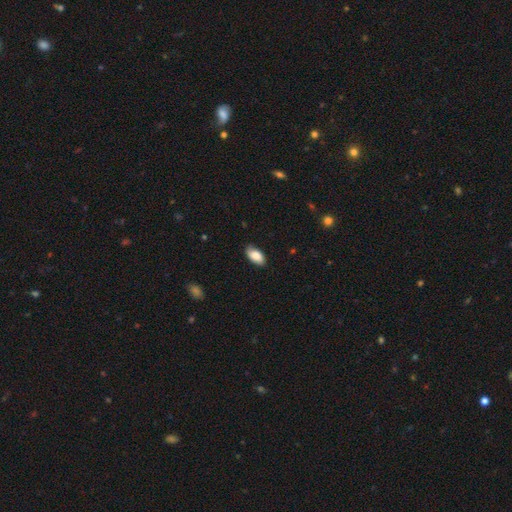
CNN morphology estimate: Overall: smooth (86%). How rounded: in between (94%). Merging: none (81%).